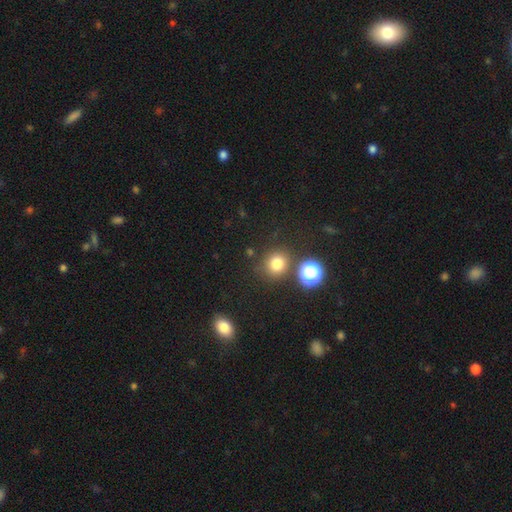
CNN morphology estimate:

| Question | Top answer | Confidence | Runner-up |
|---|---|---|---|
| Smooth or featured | smooth | 56% | star or artifact (37%) |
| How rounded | round | 87% | in between (11%) |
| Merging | none | 82% | merger (7%) |